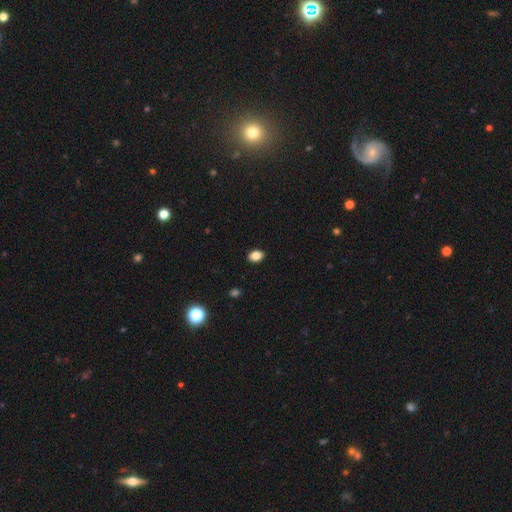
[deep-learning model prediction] Q: Smooth or featured?
A: smooth (85%); runner-up: star or artifact (10%)
Q: How rounded?
A: in between (75%); runner-up: round (24%)
Q: Merging?
A: none (90%); runner-up: minor disturbance (7%)